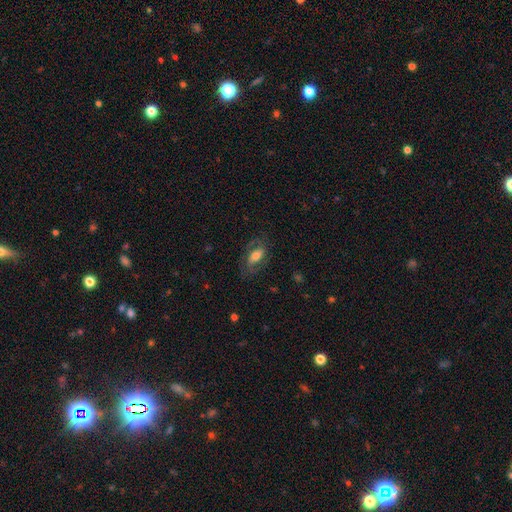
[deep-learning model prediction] Overall: featured or disk (50%; smooth 42%). Edge-on disk: no (89%). Merging: none (70%).